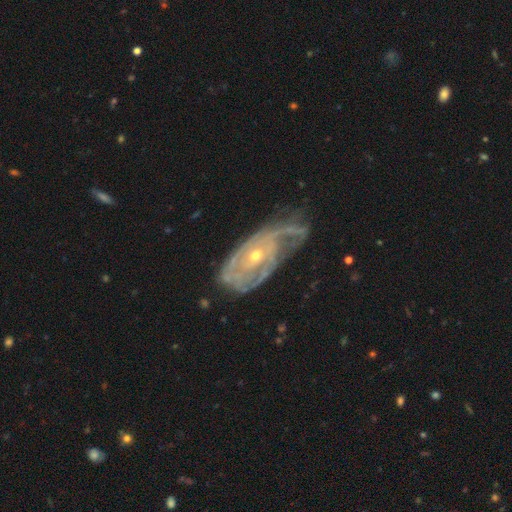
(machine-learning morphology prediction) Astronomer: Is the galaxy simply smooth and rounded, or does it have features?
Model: featured or disk — 84%.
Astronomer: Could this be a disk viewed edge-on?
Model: no — 94%.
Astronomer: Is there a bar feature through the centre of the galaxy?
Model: no — 75%.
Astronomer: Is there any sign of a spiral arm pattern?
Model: yes — 85%.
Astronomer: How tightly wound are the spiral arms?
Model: tight — 60%.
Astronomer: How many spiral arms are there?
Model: can't tell — 44% (runner-up: 2, 24%).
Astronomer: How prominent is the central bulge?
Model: small — 56% (runner-up: moderate, 41%).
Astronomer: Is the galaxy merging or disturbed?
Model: none — 37% (runner-up: major disturbance, 30%).